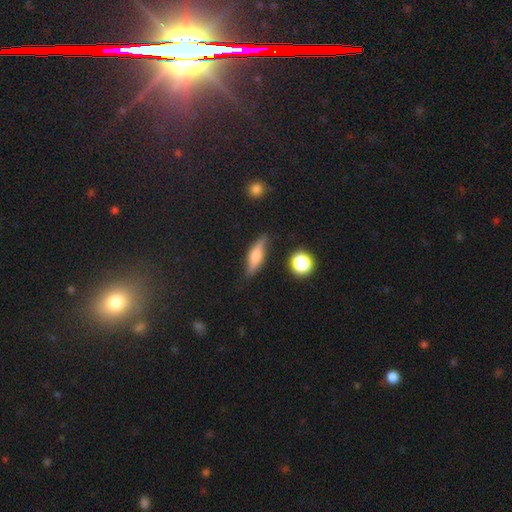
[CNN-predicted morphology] Smooth or featured: smooth — 49% (featured or disk — 42%)
Merging: none — 76% (minor disturbance — 18%)